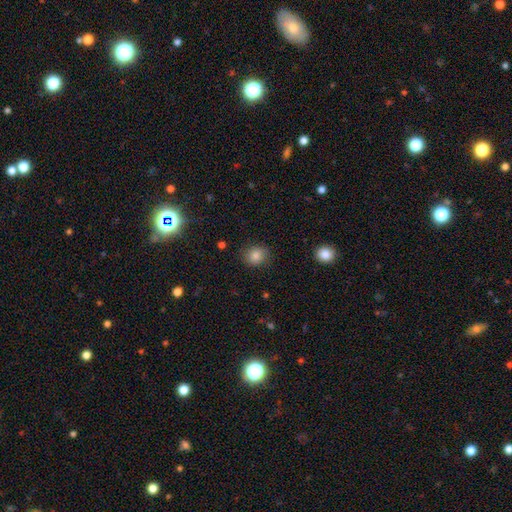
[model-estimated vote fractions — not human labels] The model was most divided on "how rounded": round: 73%, in between: 26%, cigar-shaped: 1%. More confident: merging — none (84%); smooth or featured — smooth (84%).